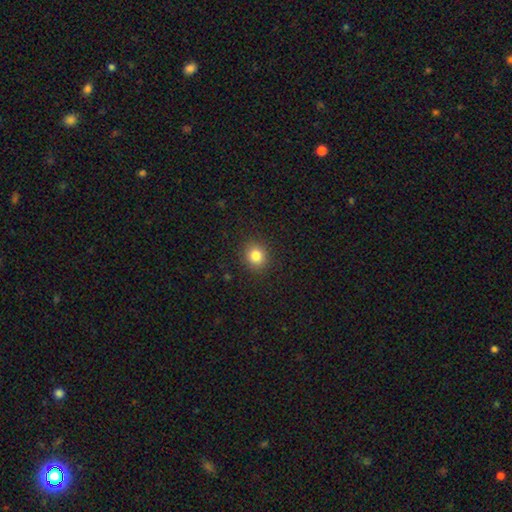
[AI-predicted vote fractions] A smooth galaxy with no disk features (82%) that is round (84%). Merging: none (90%).